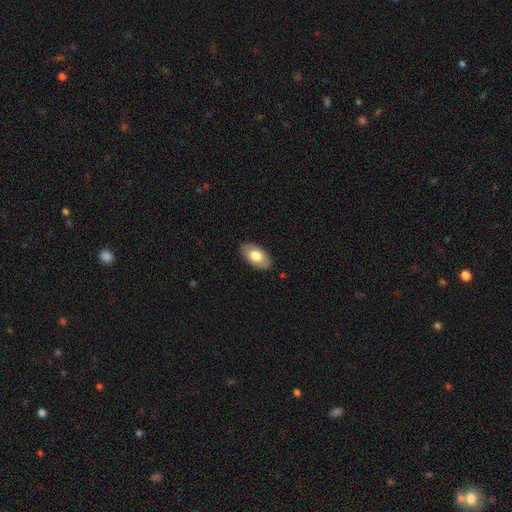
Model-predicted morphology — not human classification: A smooth galaxy with no disk features (73%) that is in between round and cigar-shaped (94%). Merging: none (87%).